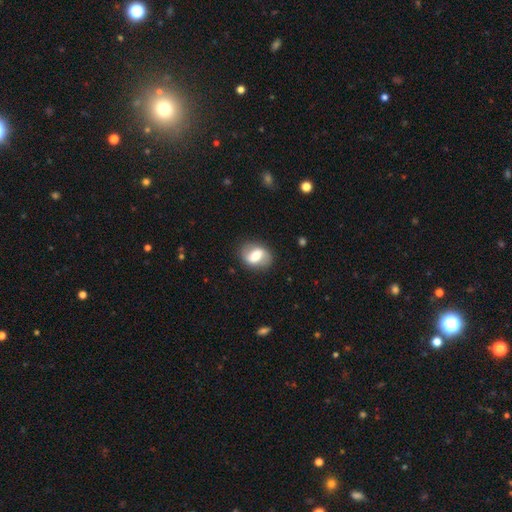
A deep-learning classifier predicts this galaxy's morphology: smooth_or_featured: featured or disk (p=0.48) [alt: smooth p=0.45]
merging: none (p=0.81) [alt: minor disturbance p=0.13]